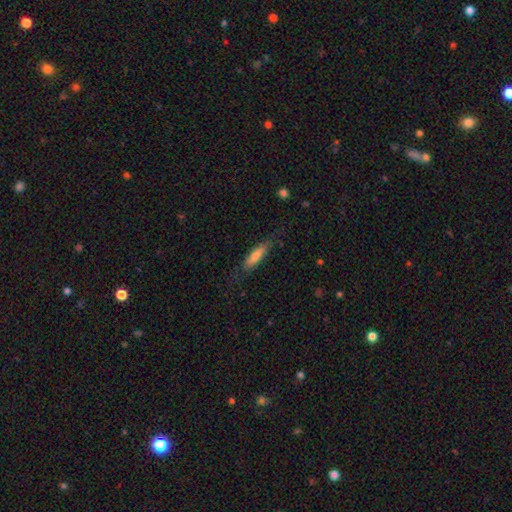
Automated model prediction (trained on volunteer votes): Smooth or featured? Predicted: smooth (p=0.65). How rounded? Predicted: cigar-shaped (p=0.72). Merging? Predicted: none (p=0.72).